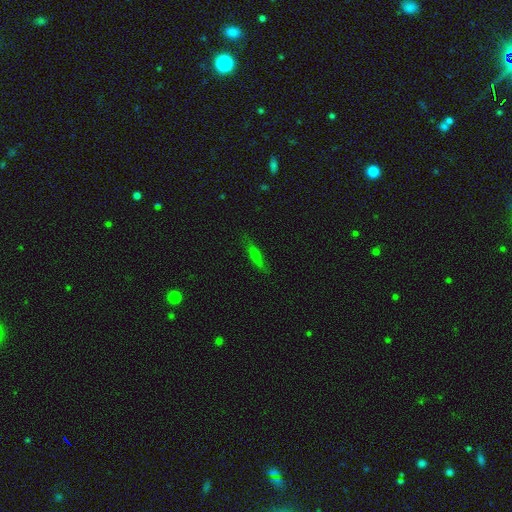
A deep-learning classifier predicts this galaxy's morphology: type=smooth (54%); roundness=cigar-shaped (78%); merging=none (82%).